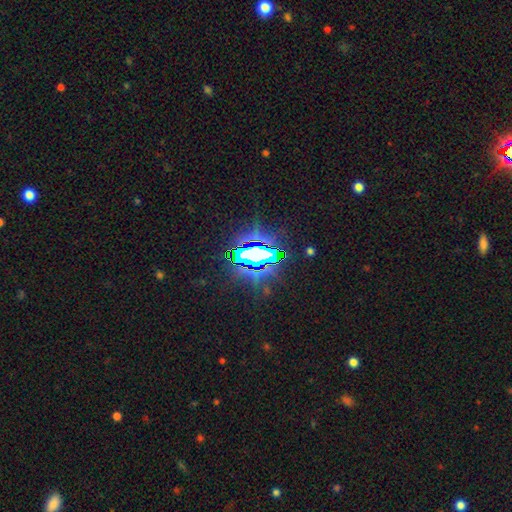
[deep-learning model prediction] smooth_or_featured: star or artifact (p=0.74) [alt: smooth p=0.14]